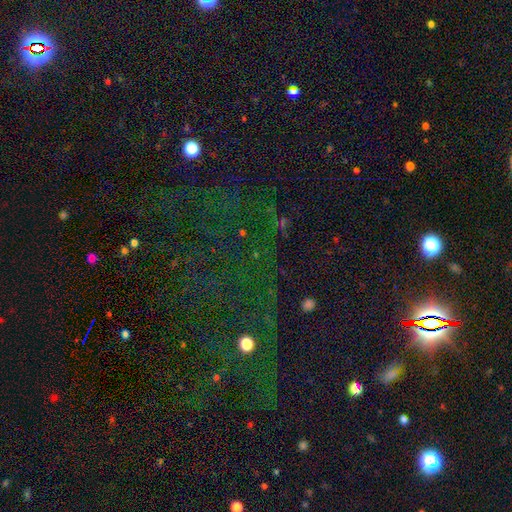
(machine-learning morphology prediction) This is likely a star or artifact rather than a galaxy (77%).